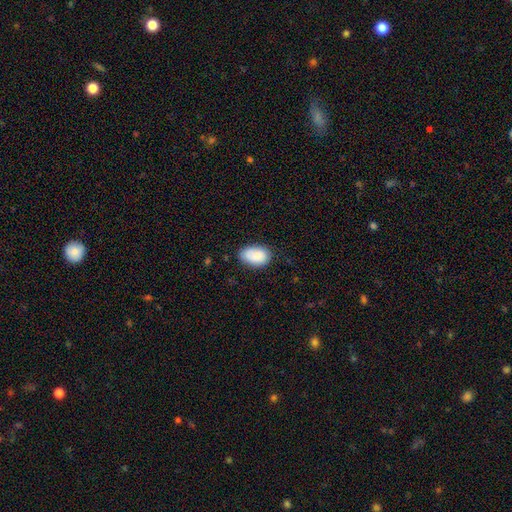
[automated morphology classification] Smooth or featured? smooth (83%)
How rounded? in between (90%)
Merging? none (73%)